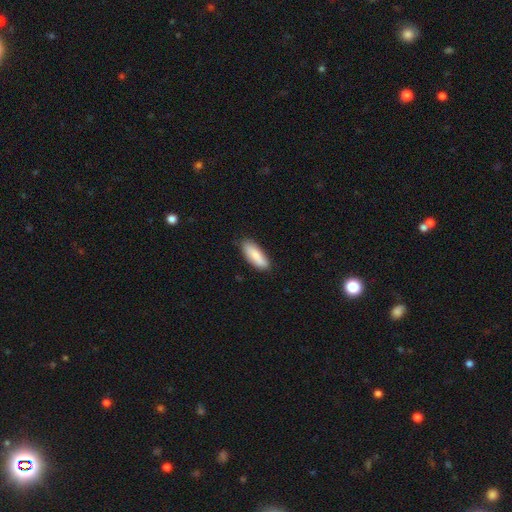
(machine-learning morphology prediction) type=smooth (85%); roundness=in between (64%); merging=none (83%).